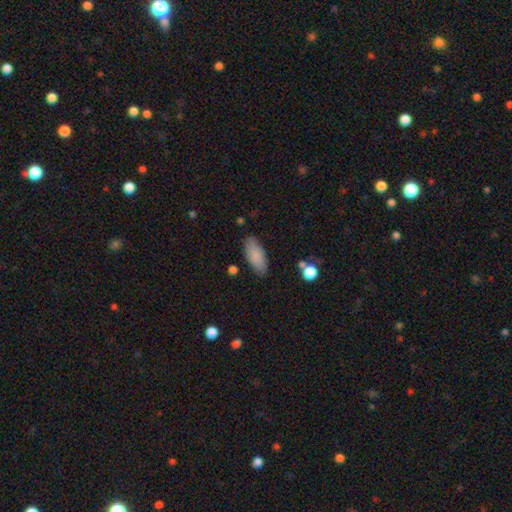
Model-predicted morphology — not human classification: smooth_or_featured: smooth (p=0.86) [alt: featured or disk p=0.07]
how_rounded: in between (p=0.84) [alt: cigar-shaped p=0.14]
merging: none (p=0.83) [alt: minor disturbance p=0.12]